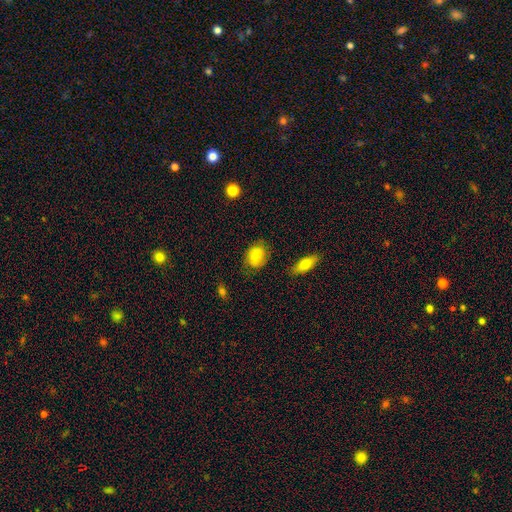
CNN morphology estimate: A smooth galaxy with no disk features (76%) that is in between round and cigar-shaped (72%).

Vote fractions:
- Smooth or featured? smooth: 76% / featured or disk: 16% / star or artifact: 8%
- How rounded? in between: 72% / round: 26% / cigar-shaped: 2%
- Merging? none: 74% / minor disturbance: 19% / major disturbance: 5% / merger: 2%